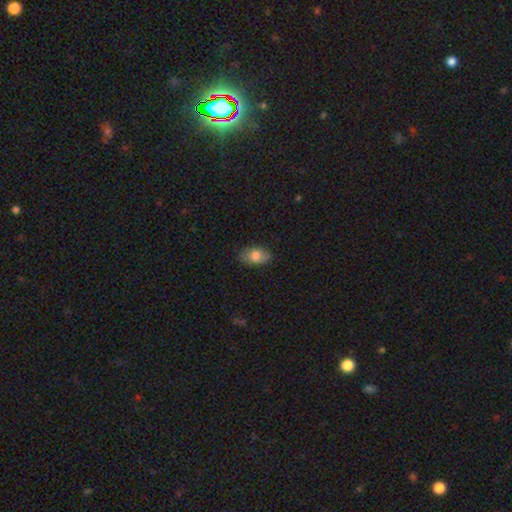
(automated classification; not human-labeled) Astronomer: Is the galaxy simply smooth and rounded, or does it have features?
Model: smooth — 78%.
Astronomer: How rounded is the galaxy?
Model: in between — 90%.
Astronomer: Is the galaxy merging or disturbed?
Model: none — 83%.